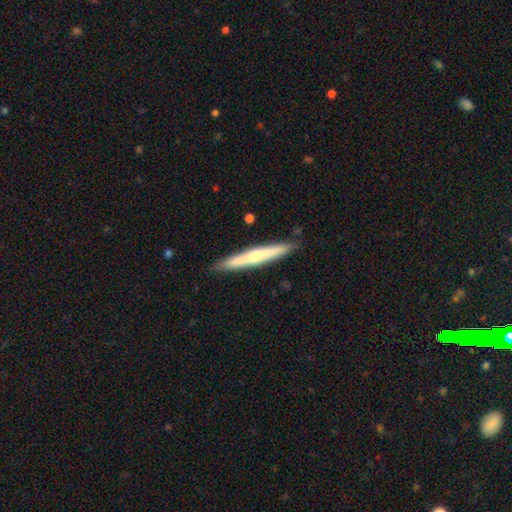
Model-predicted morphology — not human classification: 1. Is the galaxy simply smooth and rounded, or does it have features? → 53% featured or disk, 42% smooth, 5% star or artifact.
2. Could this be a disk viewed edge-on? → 96% yes, 4% no.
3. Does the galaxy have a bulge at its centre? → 73% rounded, 23% none, 4% boxy.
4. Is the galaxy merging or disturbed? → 89% none, 8% minor disturbance, 1% merger, 1% major disturbance.